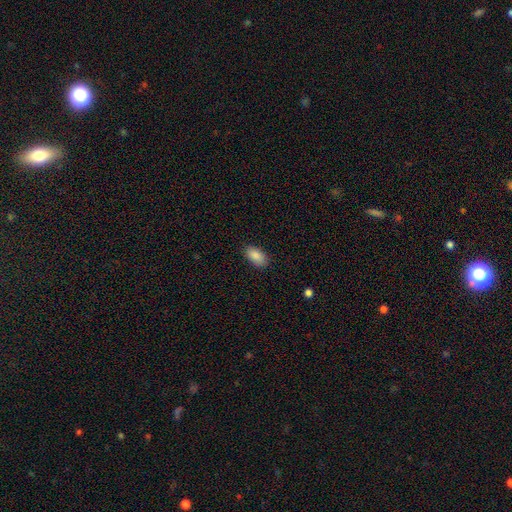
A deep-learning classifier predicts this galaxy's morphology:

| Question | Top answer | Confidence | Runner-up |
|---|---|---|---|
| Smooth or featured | smooth | 88% | star or artifact (7%) |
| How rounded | in between | 93% | round (4%) |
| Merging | none | 87% | minor disturbance (10%) |